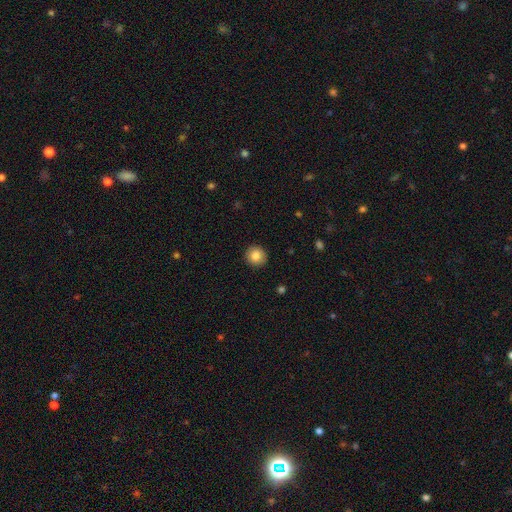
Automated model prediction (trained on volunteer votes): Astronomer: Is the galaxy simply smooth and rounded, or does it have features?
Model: smooth — 84%.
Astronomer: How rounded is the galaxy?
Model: round — 95%.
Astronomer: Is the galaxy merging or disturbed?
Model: none — 92%.